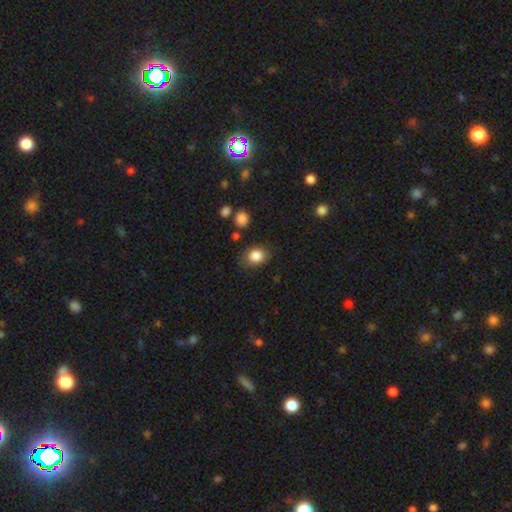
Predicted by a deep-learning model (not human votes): smooth-or-featured: smooth: 85% | star or artifact: 9% | featured or disk: 6%
  how-rounded: round: 51% | in between: 48% | cigar-shaped: 1%
  merging: none: 78% | minor disturbance: 15% | major disturbance: 4% | merger: 2%